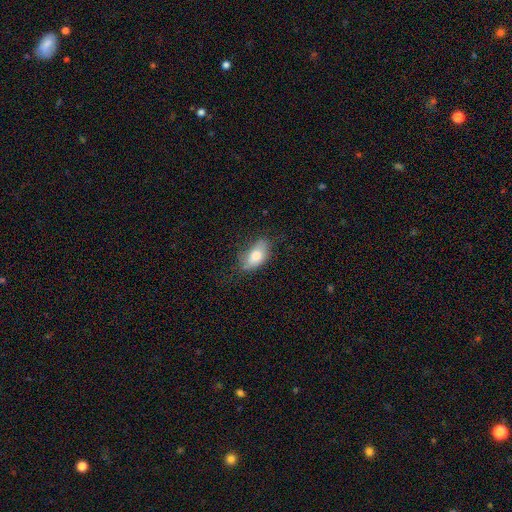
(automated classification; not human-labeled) Smooth or featured? Predicted: smooth (p=0.76). How rounded? Predicted: in between (p=0.91). Merging? Predicted: none (p=0.61).